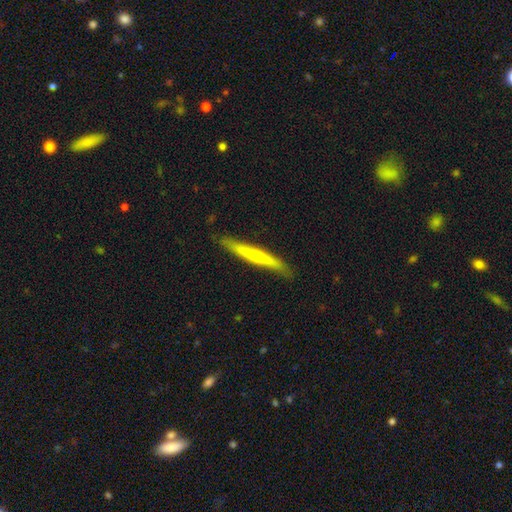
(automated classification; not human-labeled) Smooth or featured: smooth — 56% (featured or disk — 39%)
How rounded: cigar-shaped — 96% (in between — 2%)
Merging: none — 86% (minor disturbance — 11%)